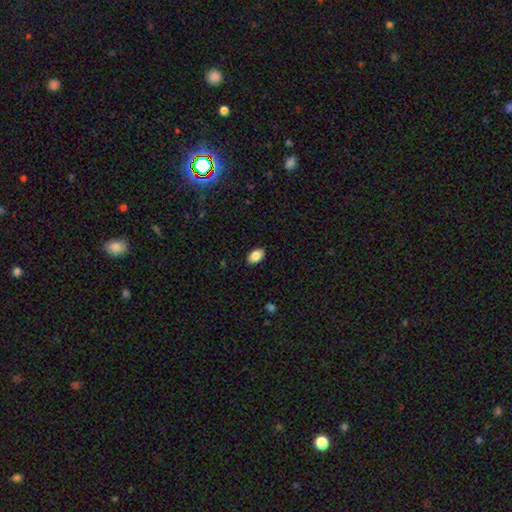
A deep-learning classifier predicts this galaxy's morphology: Smooth or featured?
  - smooth: 86% *
  - star or artifact: 7%
  - featured or disk: 6%
How rounded?
  - in between: 91% *
  - round: 7%
  - cigar-shaped: 1%
Merging?
  - none: 89% *
  - minor disturbance: 9%
  - major disturbance: 2%
  - merger: 1%